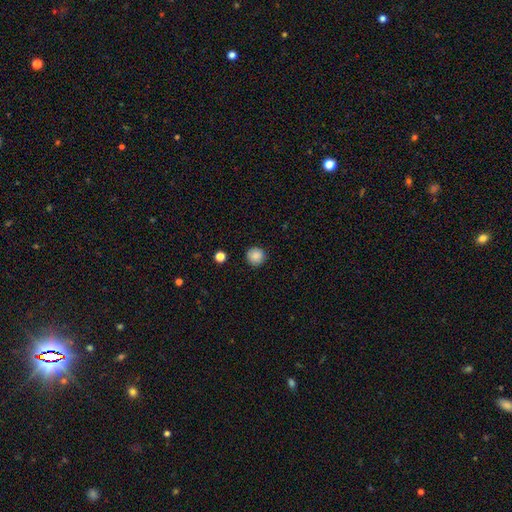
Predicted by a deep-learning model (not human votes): smooth 86%, star or artifact 9%, featured or disk 4%. Down the decision tree: how rounded — round (95%); merging — none (91%).